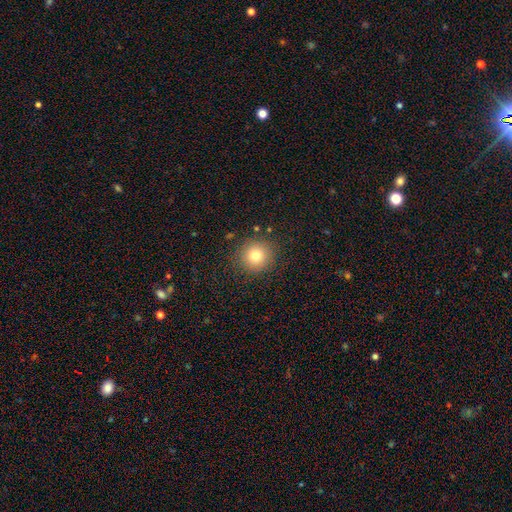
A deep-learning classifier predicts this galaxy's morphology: Smooth or featured? smooth (80%)
How rounded? round (91%)
Merging? none (88%)